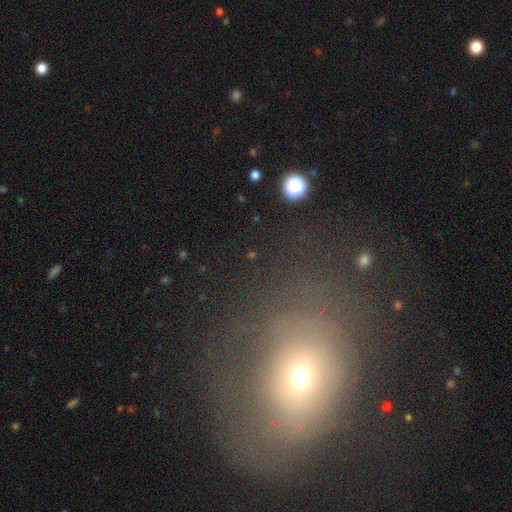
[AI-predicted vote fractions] Morphology: type=smooth (51%); roundness=round (54%); merging=none (59%).